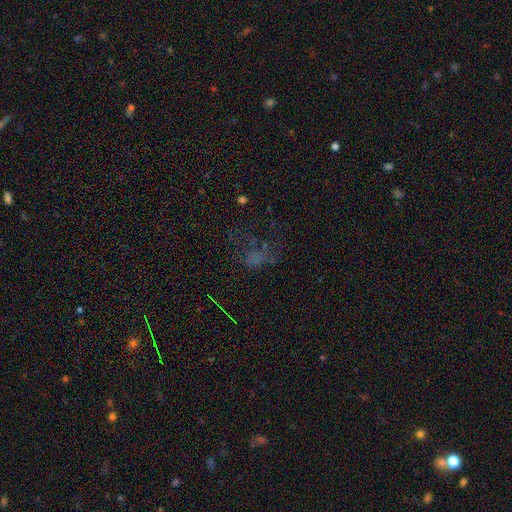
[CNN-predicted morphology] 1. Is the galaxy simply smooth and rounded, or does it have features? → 45% star or artifact, 30% smooth, 26% featured or disk.